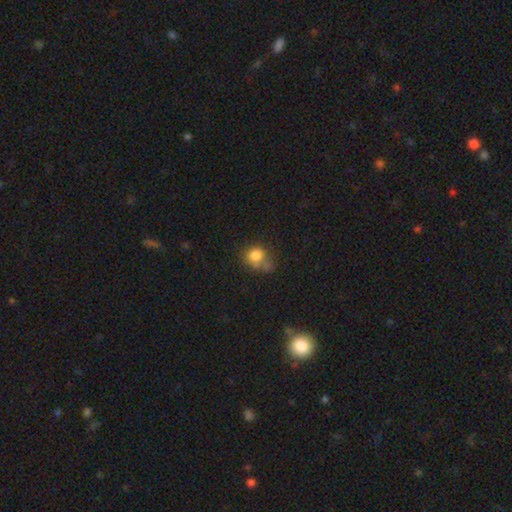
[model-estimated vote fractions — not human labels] Smooth or featured: smooth — 78% (star or artifact — 12%)
How rounded: round — 64% (in between — 35%)
Merging: none — 36% (minor disturbance — 25%)